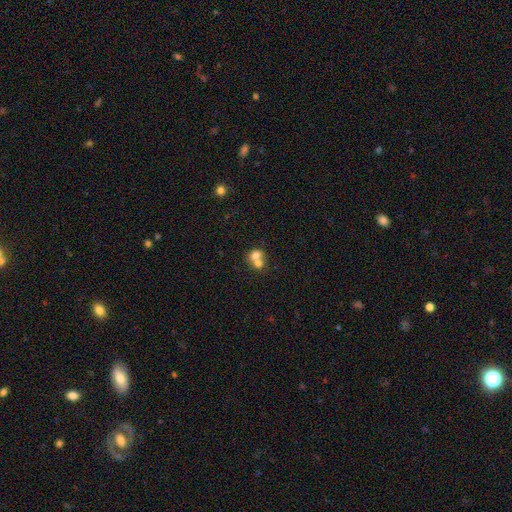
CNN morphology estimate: Smooth or featured: smooth — 71% (featured or disk — 19%)
How rounded: round — 67% (in between — 32%)
Merging: merger — 68% (none — 24%)